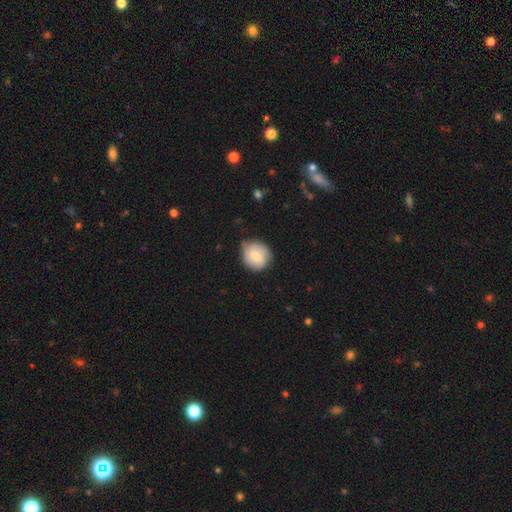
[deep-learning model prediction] smooth-or-featured: smooth: 66% | featured or disk: 27% | star or artifact: 7%
  how-rounded: round: 87% | in between: 12% | cigar-shaped: 1%
  merging: none: 73% | minor disturbance: 22% | major disturbance: 4% | merger: 1%